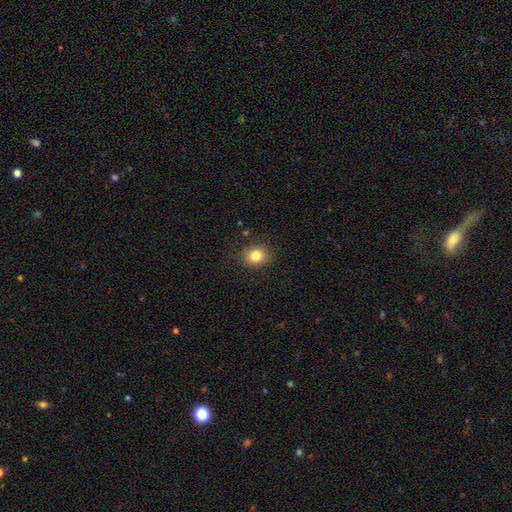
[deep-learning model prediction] Smooth or featured? Predicted: smooth (p=0.82). How rounded? Predicted: round (p=0.68). Merging? Predicted: none (p=0.87).